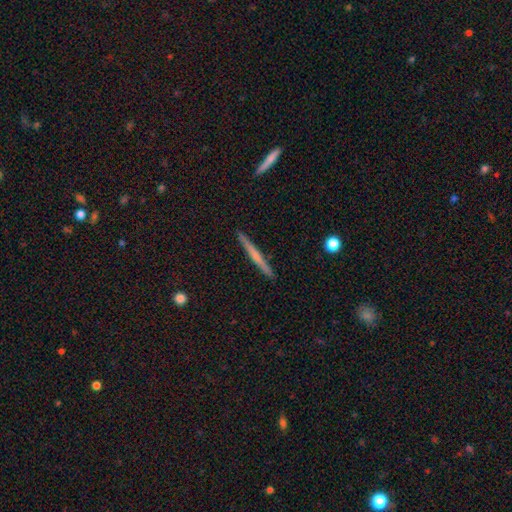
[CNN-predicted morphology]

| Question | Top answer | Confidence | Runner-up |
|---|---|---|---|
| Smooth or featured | featured or disk | 54% | smooth (41%) |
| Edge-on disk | yes | 98% | no (2%) |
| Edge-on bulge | none | 59% | rounded (34%) |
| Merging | none | 92% | minor disturbance (6%) |